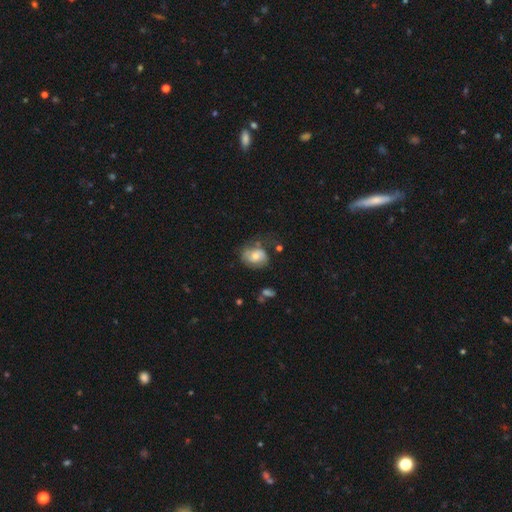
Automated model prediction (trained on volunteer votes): smooth_or_featured: smooth (p=0.55) [alt: featured or disk p=0.36]
how_rounded: in between (p=0.55) [alt: round p=0.44]
merging: none (p=0.50) [alt: minor disturbance p=0.29]